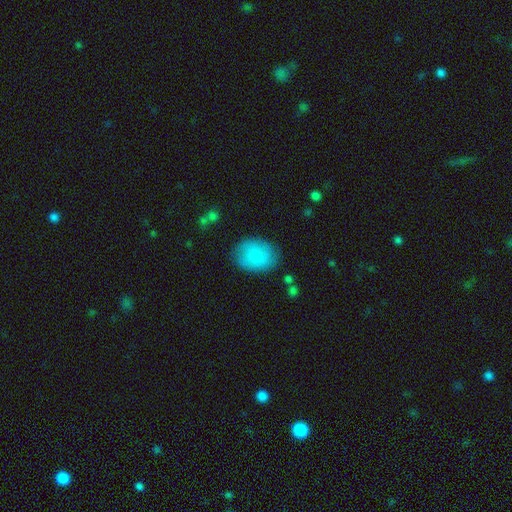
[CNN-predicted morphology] smooth-or-featured: smooth: 78% | featured or disk: 15% | star or artifact: 7%
  how-rounded: in between: 65% | round: 34% | cigar-shaped: 1%
  merging: none: 76% | minor disturbance: 17% | major disturbance: 5% | merger: 2%